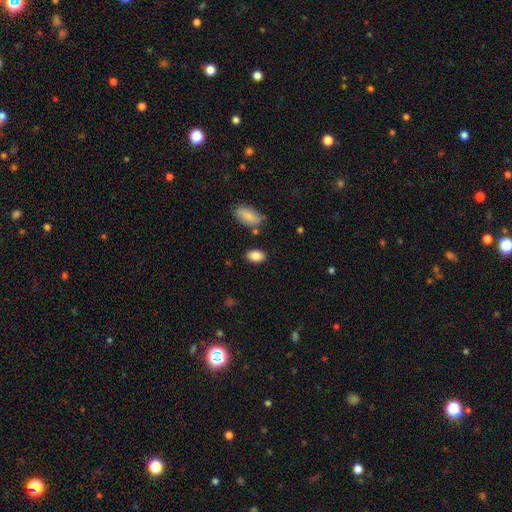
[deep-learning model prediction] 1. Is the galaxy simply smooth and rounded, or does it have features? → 86% smooth, 8% star or artifact, 6% featured or disk.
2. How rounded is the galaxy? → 88% in between, 11% round, 2% cigar-shaped.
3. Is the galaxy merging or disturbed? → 82% none, 11% minor disturbance, 4% merger, 3% major disturbance.